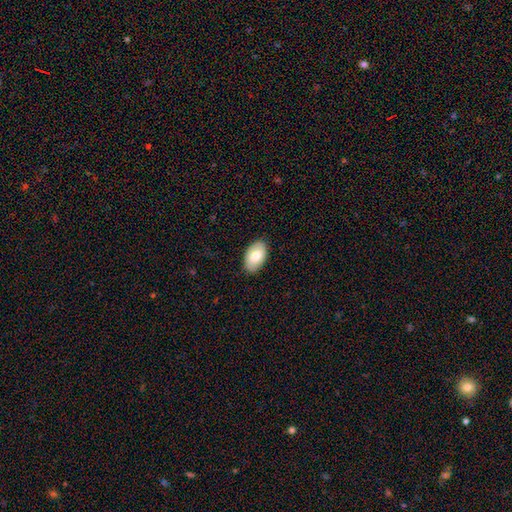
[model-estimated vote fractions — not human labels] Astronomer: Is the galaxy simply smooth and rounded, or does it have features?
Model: smooth — 77%.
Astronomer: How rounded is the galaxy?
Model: in between — 94%.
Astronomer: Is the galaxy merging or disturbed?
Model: none — 87%.